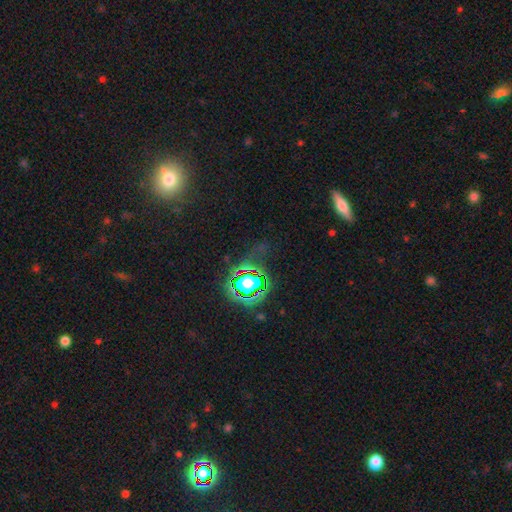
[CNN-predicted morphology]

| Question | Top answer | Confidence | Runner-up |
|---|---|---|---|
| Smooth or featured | star or artifact | 70% | smooth (17%) |